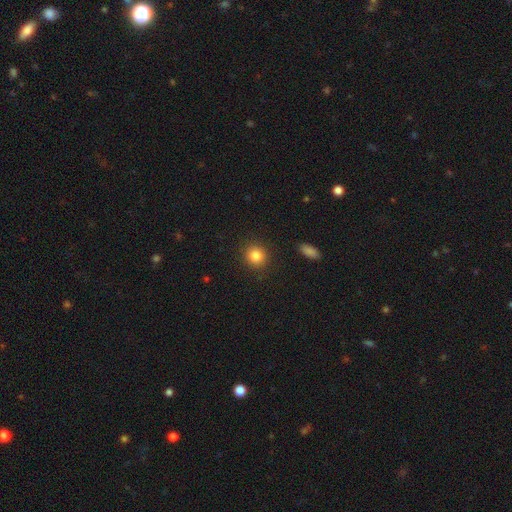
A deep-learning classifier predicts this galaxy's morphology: Smooth or featured? Predicted: smooth (p=0.85). How rounded? Predicted: round (p=0.86). Merging? Predicted: none (p=0.90).